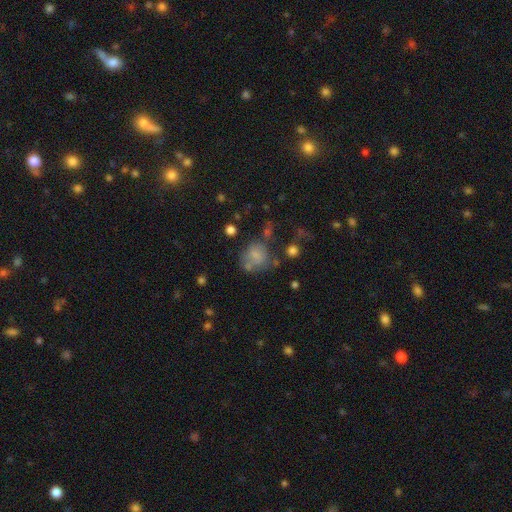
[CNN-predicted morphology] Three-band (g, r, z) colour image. It shows a smooth galaxy with no disk features (66%) that is round (70%). Merging: none (45%).